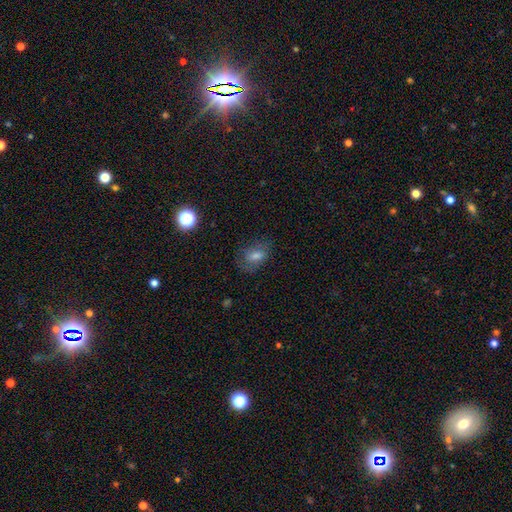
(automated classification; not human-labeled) Q: Smooth or featured?
A: smooth (65%); runner-up: featured or disk (23%)
Q: How rounded?
A: in between (79%); runner-up: round (18%)
Q: Merging?
A: none (67%); runner-up: minor disturbance (20%)